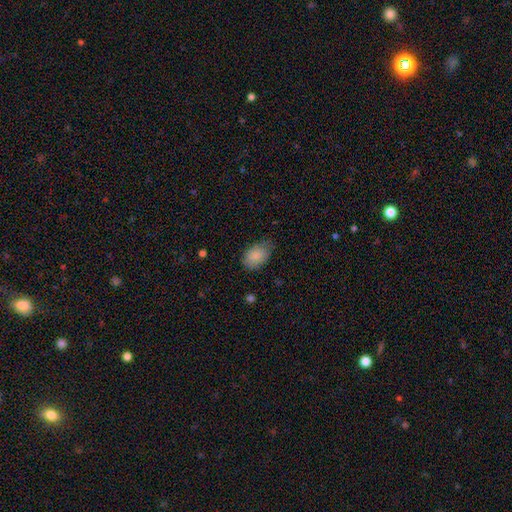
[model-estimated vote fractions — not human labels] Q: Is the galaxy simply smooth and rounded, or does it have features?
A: smooth — 87%.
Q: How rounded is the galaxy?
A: in between — 88%.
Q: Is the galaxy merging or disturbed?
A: none — 68%.